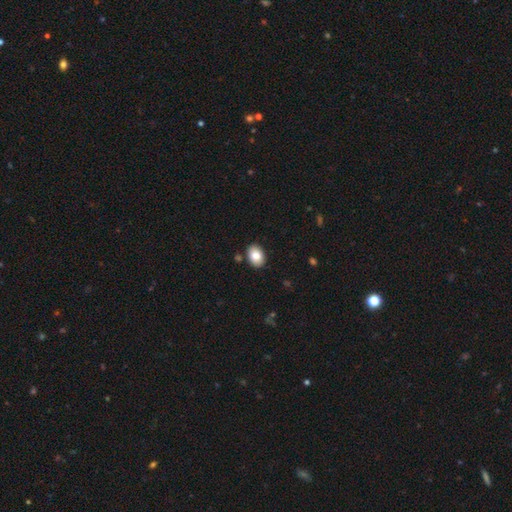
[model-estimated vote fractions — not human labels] Smooth or featured? smooth (83%)
How rounded? in between (80%)
Merging? none (86%)